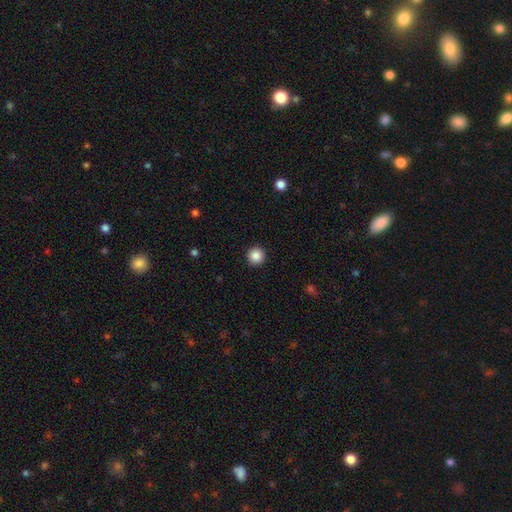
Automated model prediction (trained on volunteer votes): Morphology: type=smooth (87%); roundness=round (96%); merging=none (93%).